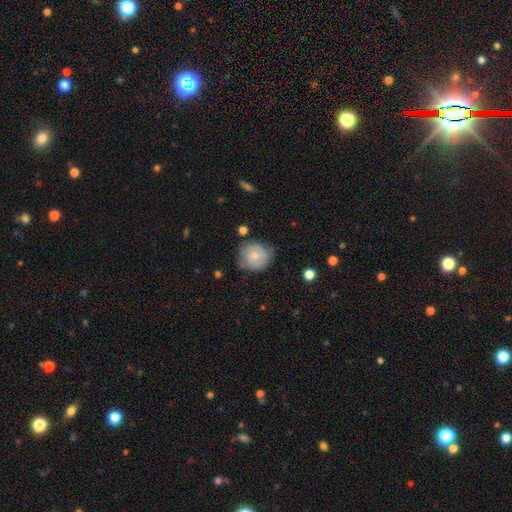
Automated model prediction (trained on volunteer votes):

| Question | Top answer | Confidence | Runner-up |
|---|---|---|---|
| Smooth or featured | smooth | 52% | featured or disk (41%) |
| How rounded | round | 82% | in between (17%) |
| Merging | none | 63% | minor disturbance (27%) |